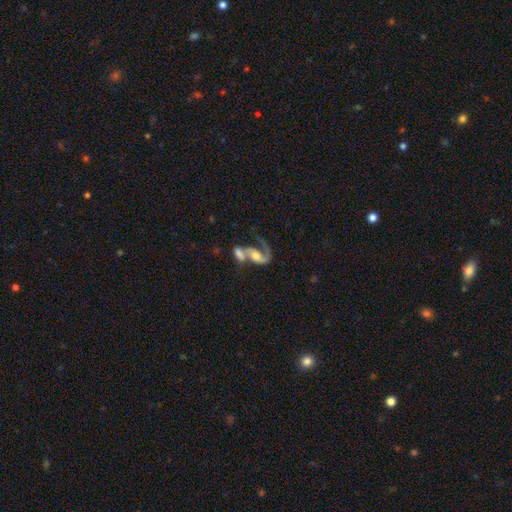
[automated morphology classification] Overall: featured or disk (71%). Edge-on disk: no (96%). Bar: no (52%; weak 32%). Spiral arms: yes (87%). Spiral arm count: 1 (47%; 2 46%). Spiral winding: loose (58%; medium 31%). Bulge size: moderate (51%; large 20%). Merging: merger (61%).